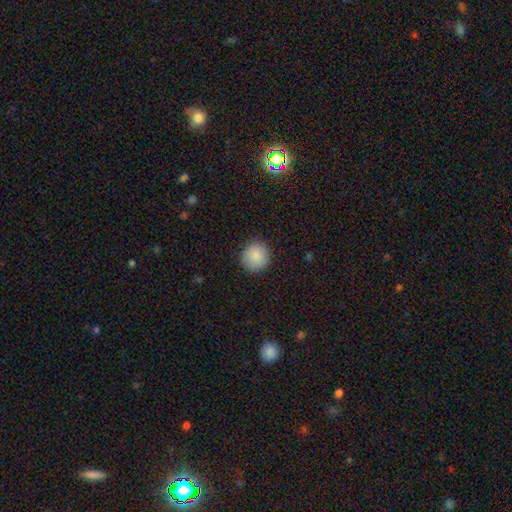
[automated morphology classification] Smooth or featured? Predicted: smooth (p=0.88). How rounded? Predicted: round (p=0.91). Merging? Predicted: none (p=0.90).